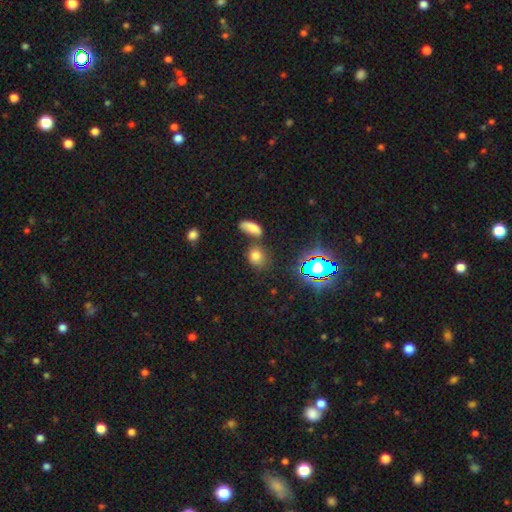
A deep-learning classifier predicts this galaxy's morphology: This is likely a smooth galaxy (72%). How rounded: possibly round (57%). Merging: likely none (69%).